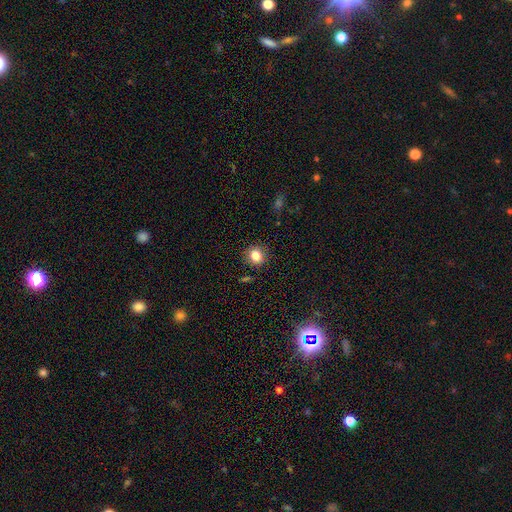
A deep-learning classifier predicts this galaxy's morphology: A smooth galaxy with no disk features (81%) that is round (85%).

Vote fractions:
- Smooth or featured? smooth: 81% / star or artifact: 12% / featured or disk: 7%
- How rounded? round: 85% / in between: 14% / cigar-shaped: 1%
- Merging? none: 88% / minor disturbance: 8% / major disturbance: 2% / merger: 2%